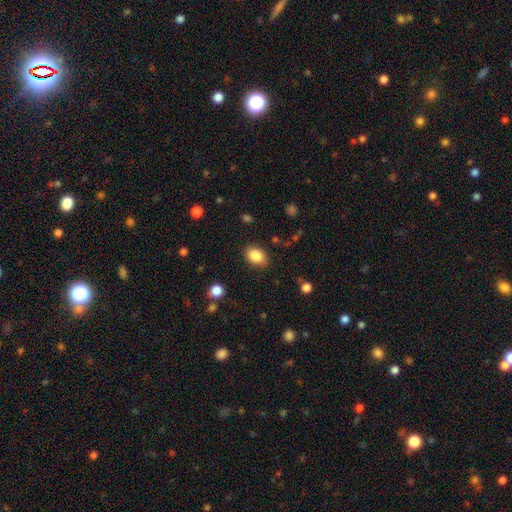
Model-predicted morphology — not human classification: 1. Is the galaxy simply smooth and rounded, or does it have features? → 87% smooth, 8% star or artifact, 5% featured or disk.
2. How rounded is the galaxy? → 72% in between, 27% round, 1% cigar-shaped.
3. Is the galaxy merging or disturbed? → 84% none, 11% minor disturbance, 3% major disturbance, 1% merger.